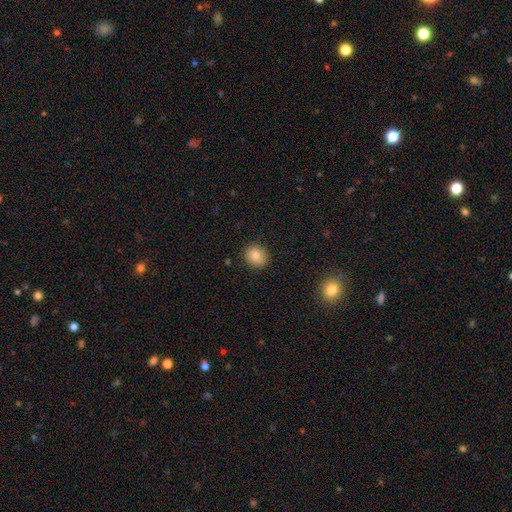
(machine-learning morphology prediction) Smooth or featured? Predicted: smooth (p=0.83). How rounded? Predicted: round (p=0.82). Merging? Predicted: none (p=0.89).